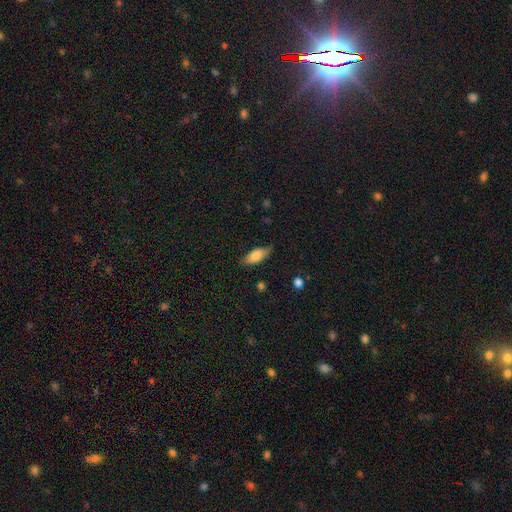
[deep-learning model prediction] Smooth or featured?
  - smooth: 78% *
  - featured or disk: 15%
  - star or artifact: 7%
How rounded?
  - in between: 76% *
  - cigar-shaped: 22%
  - round: 3%
Merging?
  - none: 80% *
  - minor disturbance: 16%
  - major disturbance: 3%
  - merger: 1%